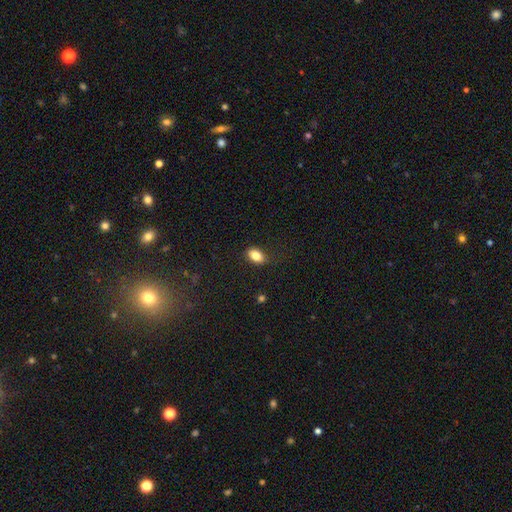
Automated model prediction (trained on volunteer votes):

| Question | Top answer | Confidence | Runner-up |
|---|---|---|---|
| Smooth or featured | smooth | 83% | featured or disk (9%) |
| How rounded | in between | 86% | round (12%) |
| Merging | none | 82% | minor disturbance (14%) |